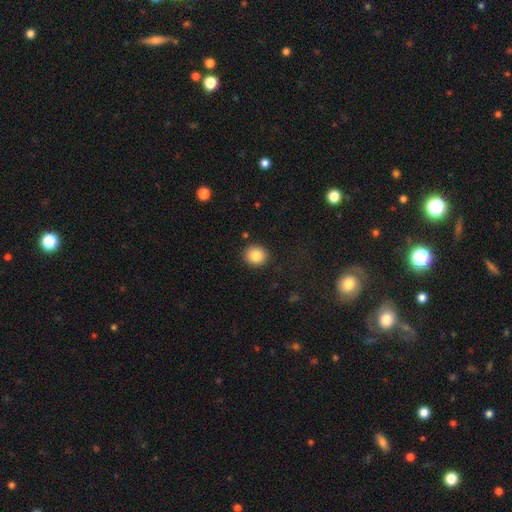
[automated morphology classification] A smooth galaxy with no disk features (83%) that is round (82%).

Vote fractions:
- Smooth or featured? smooth: 83% / star or artifact: 9% / featured or disk: 7%
- How rounded? round: 82% / in between: 17% / cigar-shaped: 1%
- Merging? none: 90% / minor disturbance: 6% / major disturbance: 2% / merger: 1%